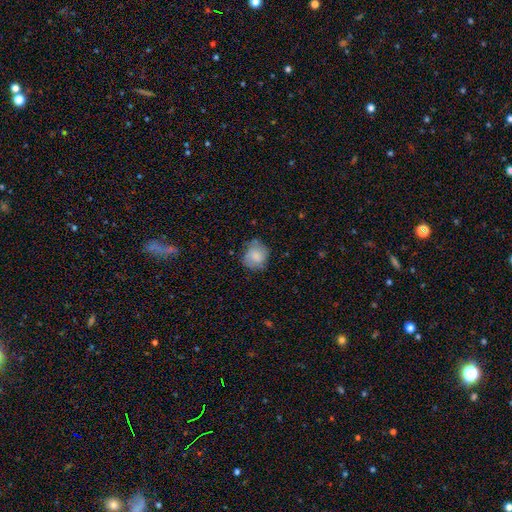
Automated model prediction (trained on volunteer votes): A smooth galaxy with no disk features (76%) that is round (80%).

Vote fractions:
- Smooth or featured? smooth: 76% / featured or disk: 17% / star or artifact: 7%
- How rounded? round: 80% / in between: 19% / cigar-shaped: 1%
- Merging? none: 66% / minor disturbance: 25% / major disturbance: 7% / merger: 2%